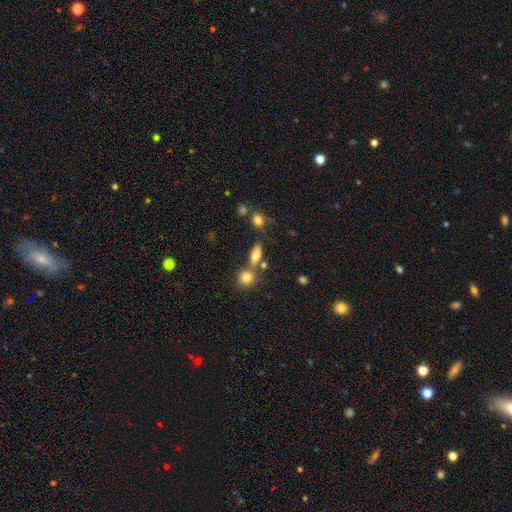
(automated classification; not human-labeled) Q: Smooth or featured?
A: smooth (70%); runner-up: featured or disk (19%)
Q: How rounded?
A: in between (66%); runner-up: cigar-shaped (24%)
Q: Merging?
A: none (60%); runner-up: merger (23%)